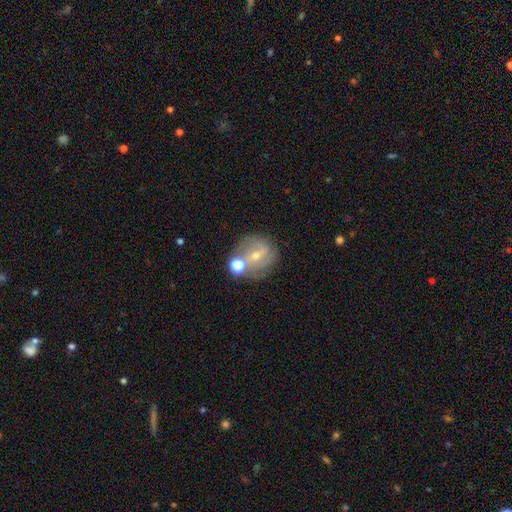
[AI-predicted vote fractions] This is likely a featured or disk galaxy (62%). It is clearly not viewed edge-on (96%). Bar: marginally weak (45%). Spiral arm pattern: likely yes (77%). Central bulge: likely small (61%). Merging: likely none (62%).